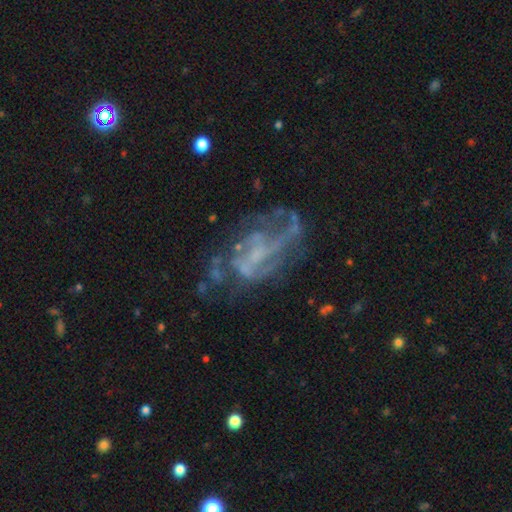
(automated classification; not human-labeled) Smooth or featured?
  - featured or disk: 79% *
  - star or artifact: 12%
  - smooth: 10%
Edge-on disk?
  - no: 97% *
  - yes: 3%
Bar?
  - no: 53% *
  - weak: 36%
  - strong: 11%
Spiral arms?
  - yes: 72% *
  - no: 28%
Spiral winding?
  - medium: 40% *
  - loose: 34%
  - tight: 25%
Spiral arm count?
  - can't tell: 38% *
  - 2: 26%
  - 3: 17%
  - 1: 7%
  - 4: 7%
  - more than 4: 5%
Bulge size?
  - none: 50% *
  - small: 32%
  - moderate: 15%
  - large: 2%
  - dominant: 1%
Merging?
  - none: 46% *
  - major disturbance: 30%
  - minor disturbance: 19%
  - merger: 5%